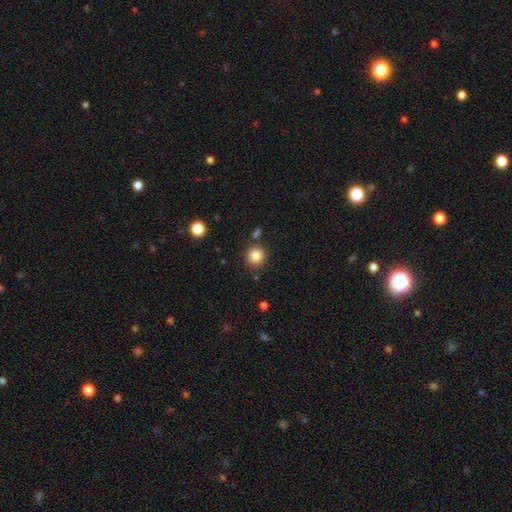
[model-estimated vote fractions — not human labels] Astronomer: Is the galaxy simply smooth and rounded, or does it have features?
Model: smooth — 84%.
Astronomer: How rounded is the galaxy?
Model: round — 93%.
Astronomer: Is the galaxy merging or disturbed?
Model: none — 84%.